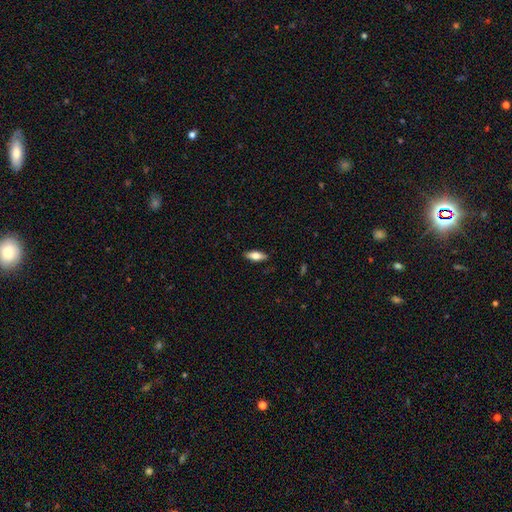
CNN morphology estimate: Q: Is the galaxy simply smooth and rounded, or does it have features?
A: smooth — 70%.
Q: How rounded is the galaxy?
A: in between — 72%.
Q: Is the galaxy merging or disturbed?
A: none — 88%.